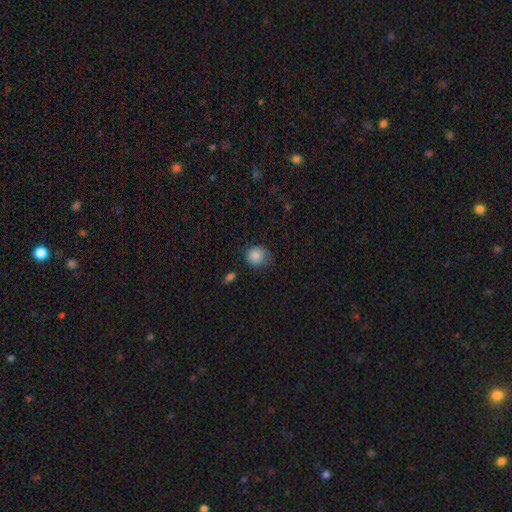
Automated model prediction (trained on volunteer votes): Smooth or featured?
  - smooth: 85% *
  - star or artifact: 9%
  - featured or disk: 6%
How rounded?
  - round: 77% *
  - in between: 22%
  - cigar-shaped: 1%
Merging?
  - none: 54% *
  - minor disturbance: 34%
  - major disturbance: 10%
  - merger: 2%